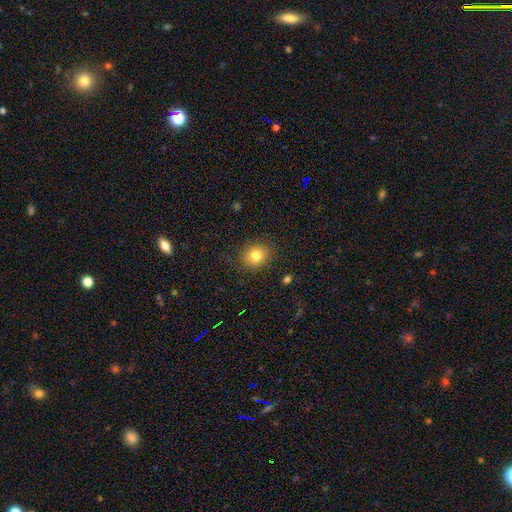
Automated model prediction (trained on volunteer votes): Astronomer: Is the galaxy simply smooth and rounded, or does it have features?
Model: smooth — 81%.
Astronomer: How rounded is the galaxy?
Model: round — 71%.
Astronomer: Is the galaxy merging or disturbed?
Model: none — 86%.